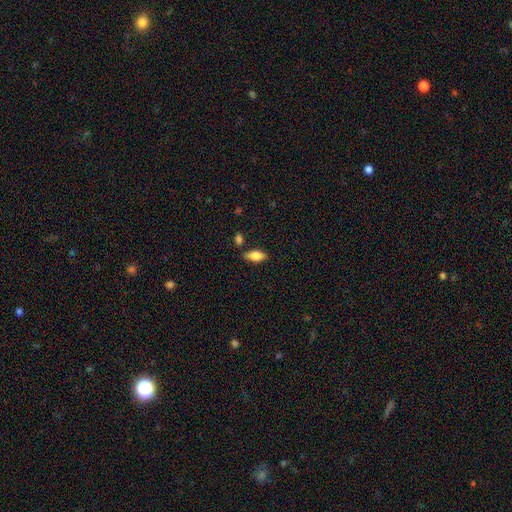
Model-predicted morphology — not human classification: smooth_or_featured: smooth (p=0.78) [alt: featured or disk p=0.15]
how_rounded: in between (p=0.84) [alt: cigar-shaped p=0.14]
merging: none (p=0.79) [alt: minor disturbance p=0.13]